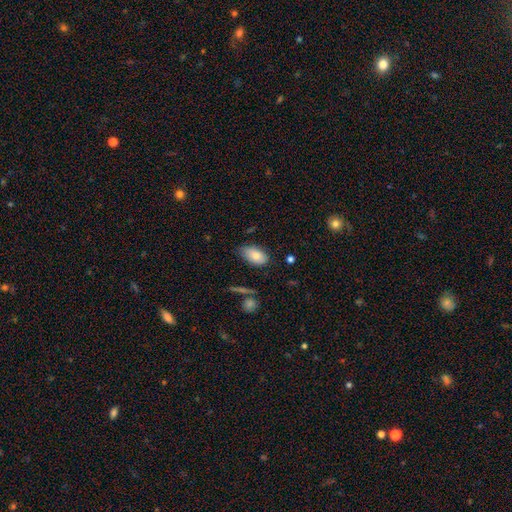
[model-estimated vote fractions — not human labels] This is clearly a smooth galaxy (80%). How rounded: clearly in between (92%). Merging: likely none (69%).